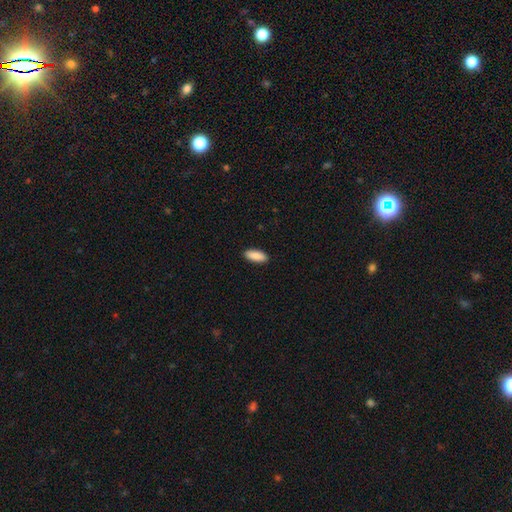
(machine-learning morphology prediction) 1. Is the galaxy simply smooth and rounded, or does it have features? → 90% smooth, 6% star or artifact, 4% featured or disk.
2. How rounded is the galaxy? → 79% in between, 19% cigar-shaped, 2% round.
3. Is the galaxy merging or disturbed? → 91% none, 7% minor disturbance, 2% major disturbance, 1% merger.